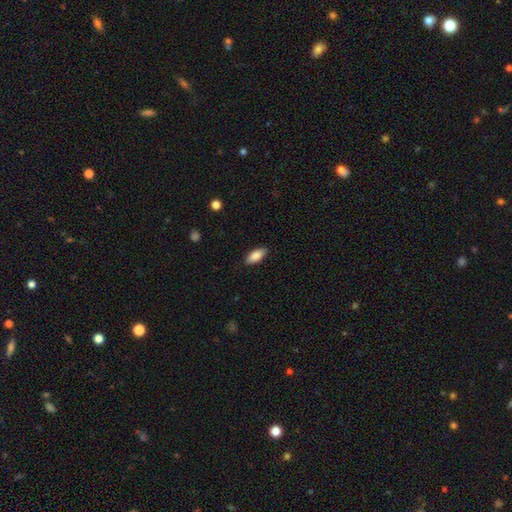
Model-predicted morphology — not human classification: A smooth galaxy with no disk features (85%) that is in between round and cigar-shaped (87%).

Vote fractions:
- Smooth or featured? smooth: 85% / featured or disk: 8% / star or artifact: 6%
- How rounded? in between: 87% / cigar-shaped: 11% / round: 2%
- Merging? none: 88% / minor disturbance: 9% / major disturbance: 2% / merger: 1%